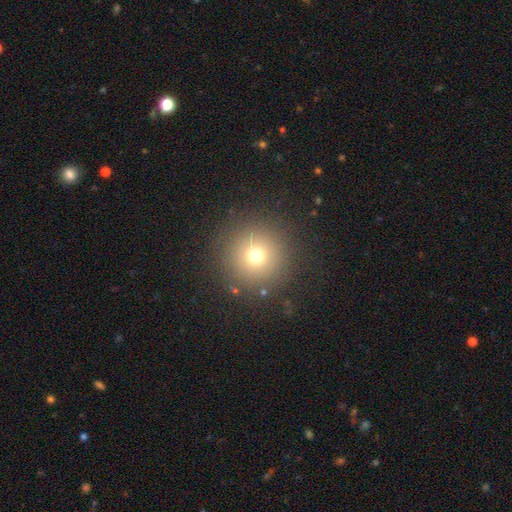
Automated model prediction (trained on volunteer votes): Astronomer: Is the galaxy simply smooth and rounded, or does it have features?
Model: smooth — 71%.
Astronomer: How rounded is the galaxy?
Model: round — 96%.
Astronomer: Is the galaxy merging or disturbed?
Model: none — 89%.